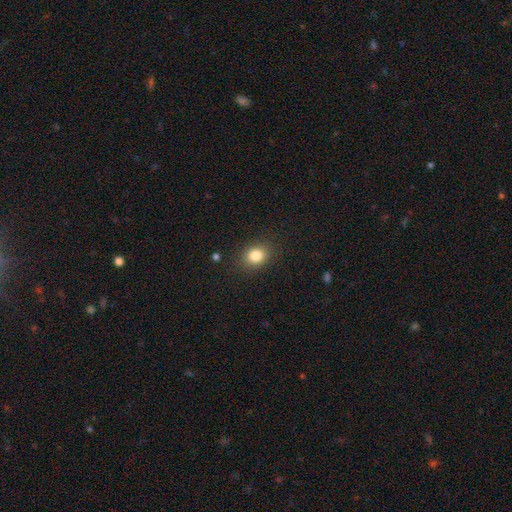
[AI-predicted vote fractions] Smooth or featured? Predicted: smooth (p=0.83). How rounded? Predicted: round (p=0.59). Merging? Predicted: none (p=0.87).